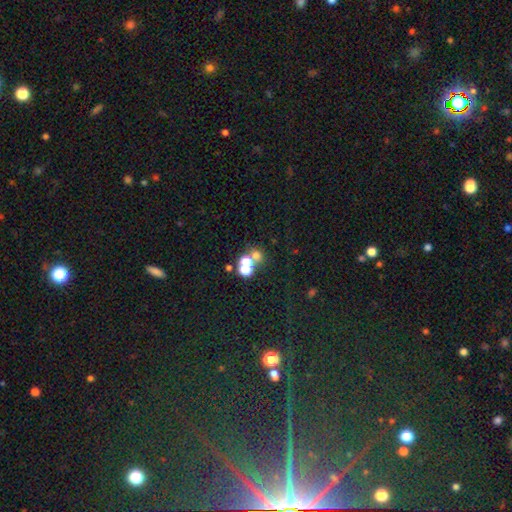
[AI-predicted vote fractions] smooth 58%, star or artifact 26%, featured or disk 16%. Down the decision tree: how rounded — round (75%); merging — merger (45%).